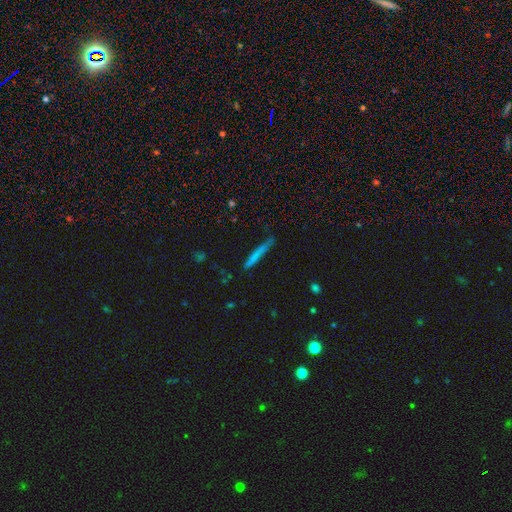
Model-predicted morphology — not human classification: Overall: smooth (69%). How rounded: cigar-shaped (96%). Merging: none (78%).